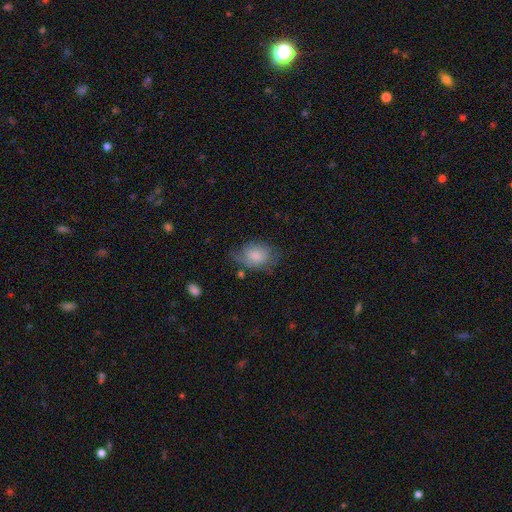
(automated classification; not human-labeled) Morphology: type=smooth (69%); roundness=in between (75%); merging=none (47%).